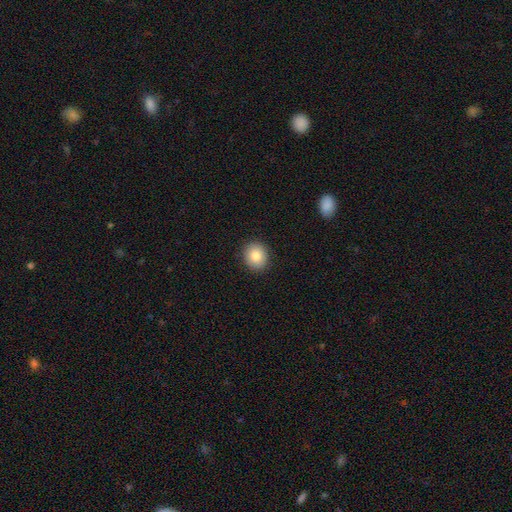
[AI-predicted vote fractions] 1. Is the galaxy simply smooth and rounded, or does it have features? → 84% smooth, 9% star or artifact, 7% featured or disk.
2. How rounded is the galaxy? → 76% round, 23% in between, 1% cigar-shaped.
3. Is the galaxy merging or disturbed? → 91% none, 6% minor disturbance, 2% major disturbance, 1% merger.